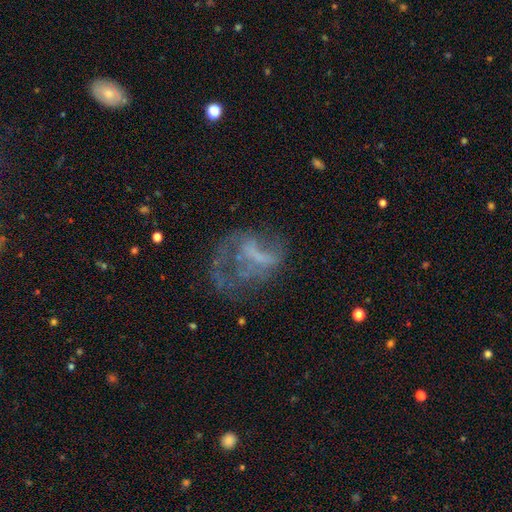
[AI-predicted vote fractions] featured or disk 60%, smooth 24%, star or artifact 16%. Down the decision tree: edge-on disk — no (97%); bar — no (64%); spiral arms — no (67%); bulge size — none (70%); merging — major disturbance (47%).